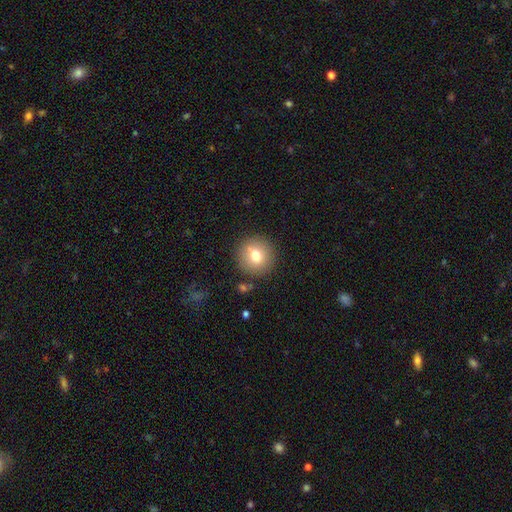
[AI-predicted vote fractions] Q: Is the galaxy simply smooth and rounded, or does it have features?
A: smooth — 72%.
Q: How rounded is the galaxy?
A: round — 93%.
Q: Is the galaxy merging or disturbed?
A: none — 85%.